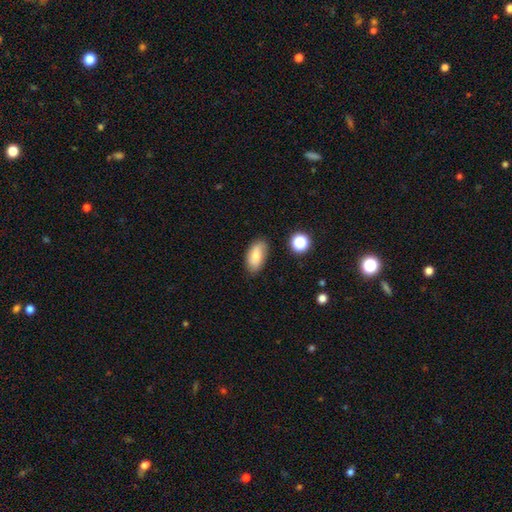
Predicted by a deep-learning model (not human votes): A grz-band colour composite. It shows a smooth galaxy with no disk features (77%) that is in between round and cigar-shaped (91%). Merging: none (80%).